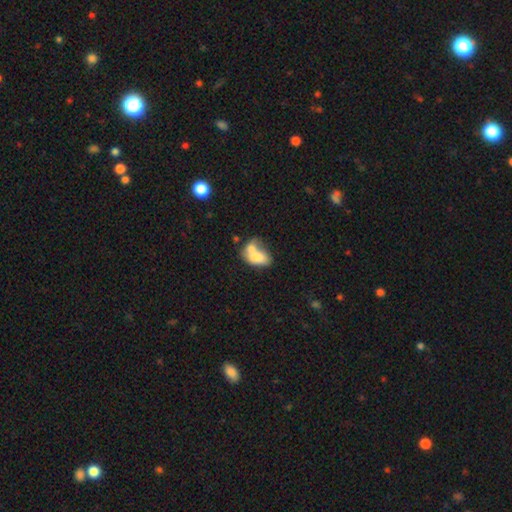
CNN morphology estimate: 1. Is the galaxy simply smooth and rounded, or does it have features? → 71% smooth, 21% featured or disk, 8% star or artifact.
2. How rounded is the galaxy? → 87% in between, 10% round, 3% cigar-shaped.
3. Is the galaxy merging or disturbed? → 61% merger, 20% none, 11% minor disturbance, 8% major disturbance.